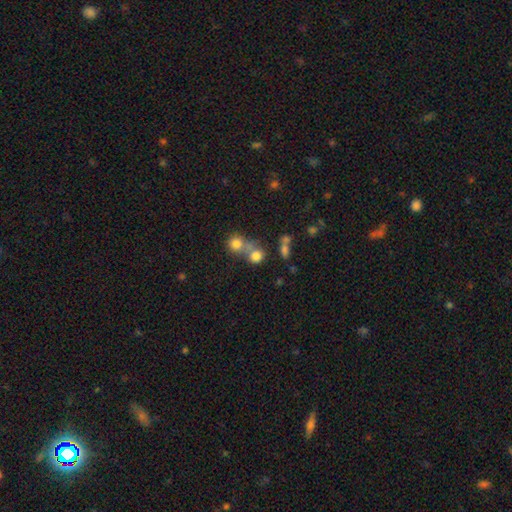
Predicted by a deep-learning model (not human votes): A smooth galaxy with no disk features (76%) that is round (79%).

Vote fractions:
- Smooth or featured? smooth: 76% / star or artifact: 13% / featured or disk: 10%
- How rounded? round: 79% / in between: 20% / cigar-shaped: 1%
- Merging? merger: 47% / none: 41% / minor disturbance: 7% / major disturbance: 5%